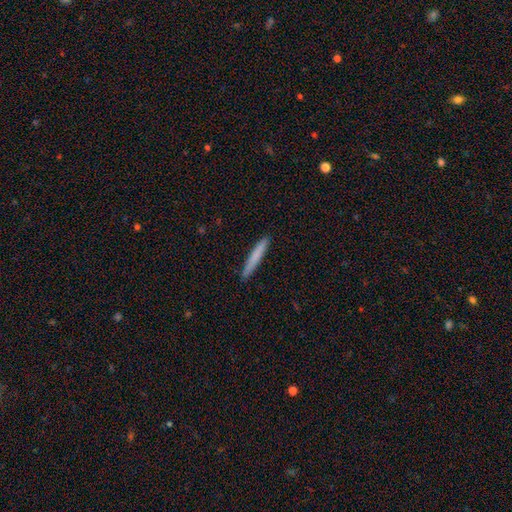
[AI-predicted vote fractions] smooth-or-featured: smooth: 74% | featured or disk: 20% | star or artifact: 6%
  how-rounded: cigar-shaped: 96% | in between: 3% | round: 1%
  merging: none: 91% | minor disturbance: 7% | major disturbance: 1% | merger: 1%